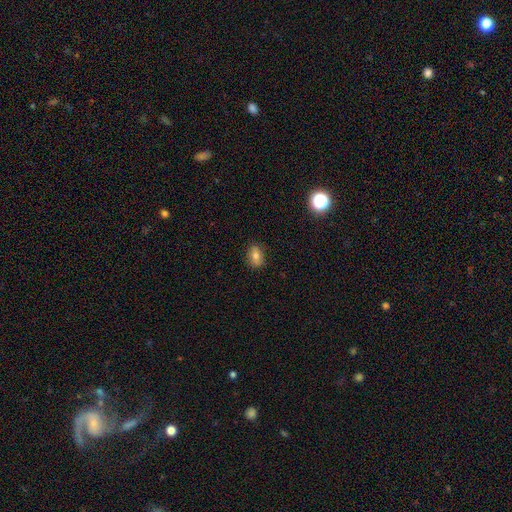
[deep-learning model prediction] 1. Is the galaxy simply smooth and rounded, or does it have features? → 74% smooth, 14% featured or disk, 11% star or artifact.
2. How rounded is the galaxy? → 74% in between, 23% round, 3% cigar-shaped.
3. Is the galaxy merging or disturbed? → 86% none, 11% minor disturbance, 2% major disturbance, 1% merger.